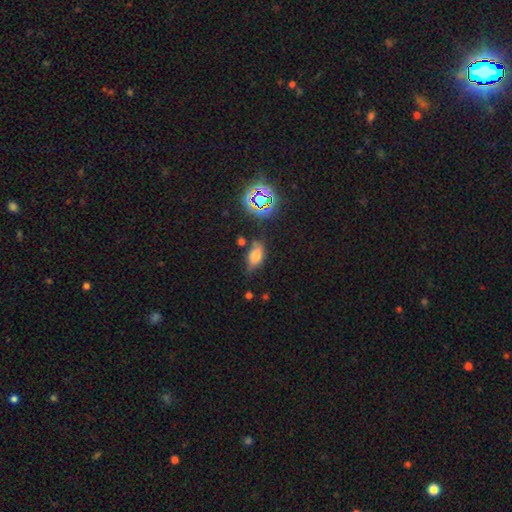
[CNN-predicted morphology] A smooth galaxy with no disk features (63%) that is in between round and cigar-shaped (84%).

Vote fractions:
- Smooth or featured? smooth: 63% / featured or disk: 20% / star or artifact: 17%
- How rounded? in between: 84% / round: 9% / cigar-shaped: 7%
- Merging? none: 58% / minor disturbance: 28% / major disturbance: 8% / merger: 5%